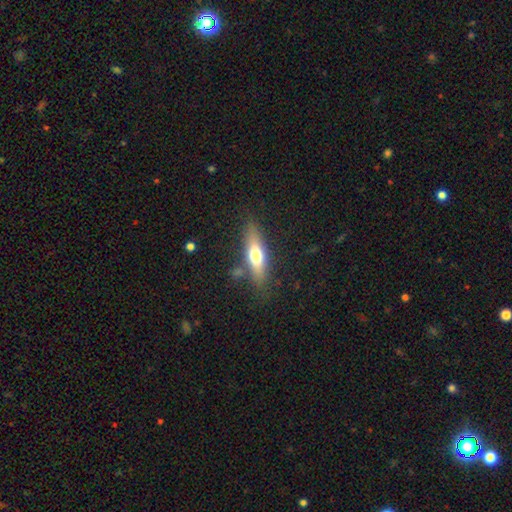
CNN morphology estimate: Q: Smooth or featured?
A: smooth (57%); runner-up: featured or disk (36%)
Q: How rounded?
A: cigar-shaped (56%); runner-up: in between (41%)
Q: Merging?
A: none (79%); runner-up: minor disturbance (13%)